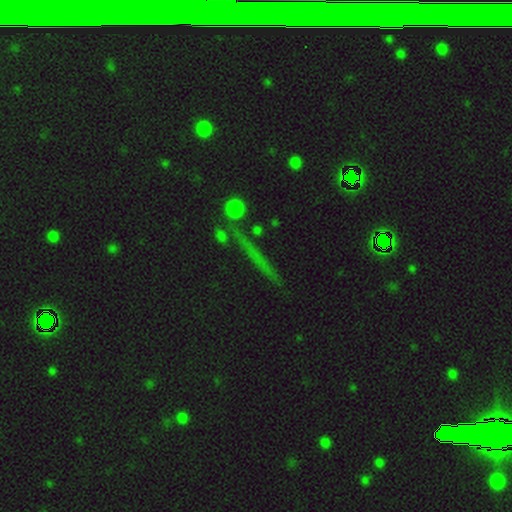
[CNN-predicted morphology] smooth_or_featured: star or artifact (p=0.44) [alt: smooth p=0.28]